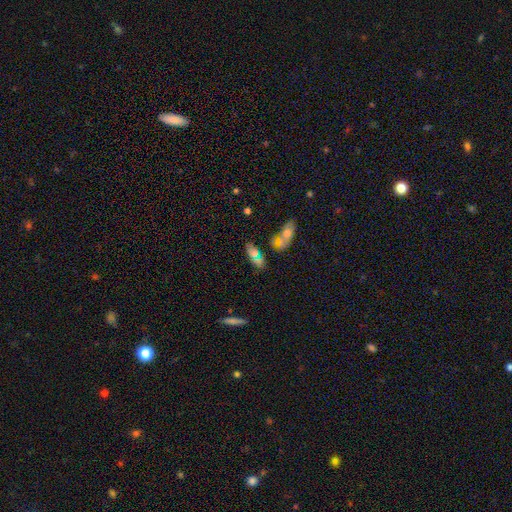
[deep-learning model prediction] Morphology: type=smooth (63%); roundness=in between (81%); merging=none (47%).